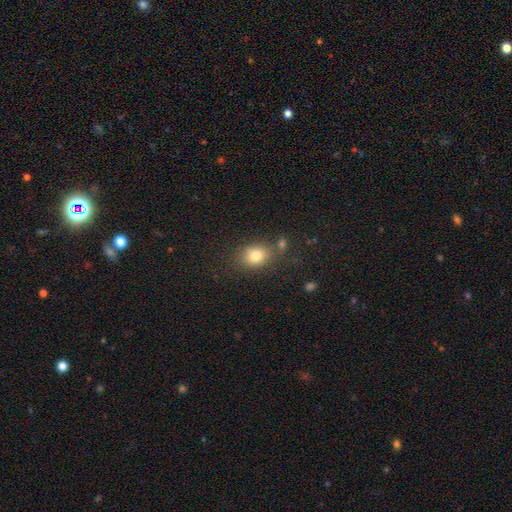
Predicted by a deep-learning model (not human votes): smooth-or-featured: smooth: 80% | star or artifact: 11% | featured or disk: 9%
  how-rounded: in between: 53% | round: 46% | cigar-shaped: 1%
  merging: none: 68% | minor disturbance: 16% | merger: 10% | major disturbance: 6%